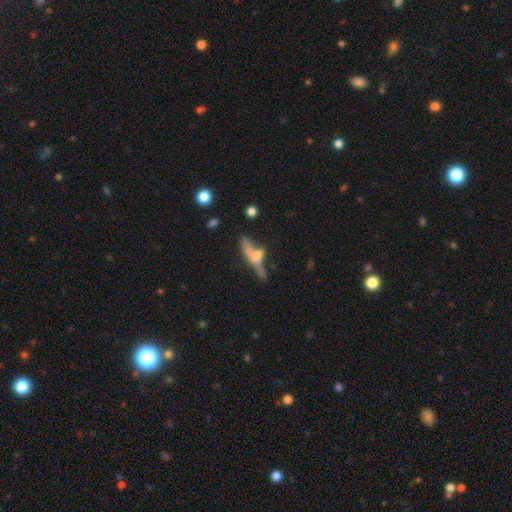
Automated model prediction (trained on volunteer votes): The model was most divided on "smooth or featured": featured or disk: 46%, smooth: 43%, star or artifact: 12%. Remaining: merging — none (39%).